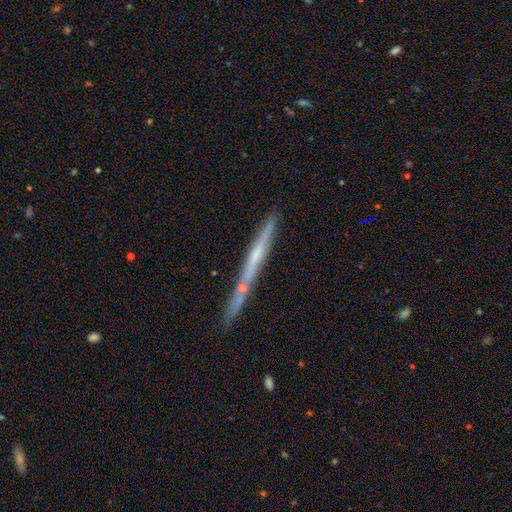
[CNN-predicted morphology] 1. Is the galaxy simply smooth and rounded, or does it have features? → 57% featured or disk, 36% smooth, 7% star or artifact.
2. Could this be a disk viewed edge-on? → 96% yes, 4% no.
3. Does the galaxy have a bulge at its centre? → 74% none, 20% rounded, 5% boxy.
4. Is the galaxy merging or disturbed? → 80% none, 11% minor disturbance, 7% merger, 2% major disturbance.